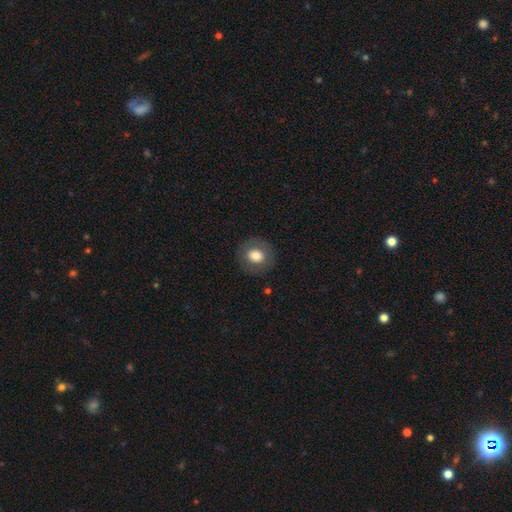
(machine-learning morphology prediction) The model was most divided on "smooth or featured": smooth: 74%, featured or disk: 17%, star or artifact: 8%. More confident: merging — none (87%); how rounded — round (86%).